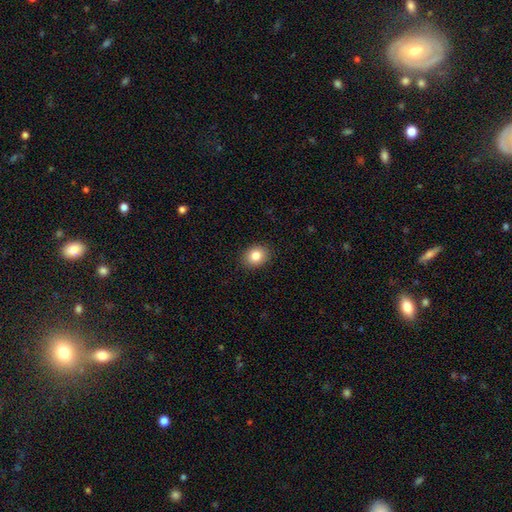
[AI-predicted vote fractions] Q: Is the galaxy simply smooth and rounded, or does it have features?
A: smooth — 84%.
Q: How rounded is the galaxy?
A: in between — 50%.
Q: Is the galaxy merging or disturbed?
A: none — 90%.